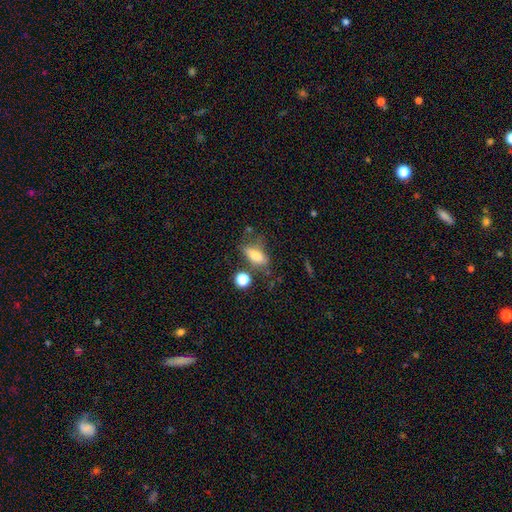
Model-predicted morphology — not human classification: Smooth or featured?
  - smooth: 69% *
  - featured or disk: 20%
  - star or artifact: 10%
How rounded?
  - in between: 74% *
  - cigar-shaped: 18%
  - round: 7%
Merging?
  - none: 50% *
  - minor disturbance: 24%
  - major disturbance: 16%
  - merger: 10%